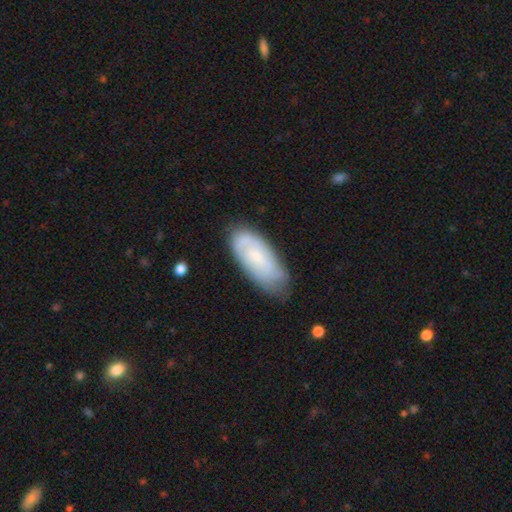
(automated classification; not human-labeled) Overall: smooth (48%; featured or disk 45%). Merging: none (67%).